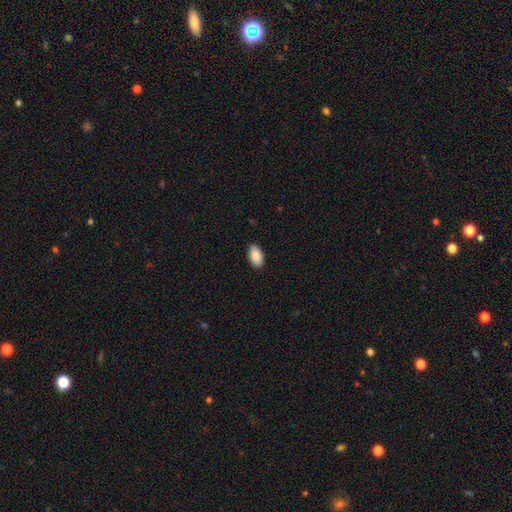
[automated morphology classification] Q: Smooth or featured?
A: smooth (89%); runner-up: star or artifact (7%)
Q: How rounded?
A: in between (95%); runner-up: round (3%)
Q: Merging?
A: none (89%); runner-up: minor disturbance (8%)